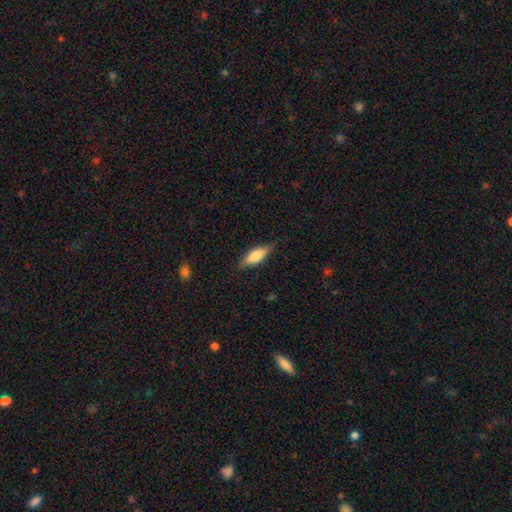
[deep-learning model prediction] Smooth or featured? Predicted: smooth (p=0.74). How rounded? Predicted: in between (p=0.64). Merging? Predicted: none (p=0.81).